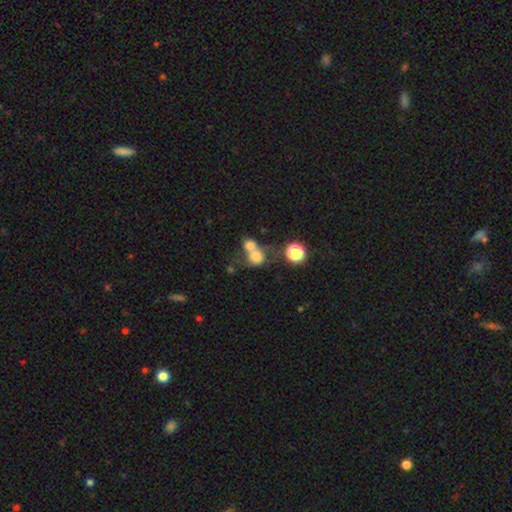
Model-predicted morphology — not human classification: A smooth galaxy with no disk features (71%) that is round (71%).

Vote fractions:
- Smooth or featured? smooth: 71% / featured or disk: 16% / star or artifact: 13%
- How rounded? round: 71% / in between: 27% / cigar-shaped: 1%
- Merging? merger: 62% / none: 24% / minor disturbance: 7% / major disturbance: 7%